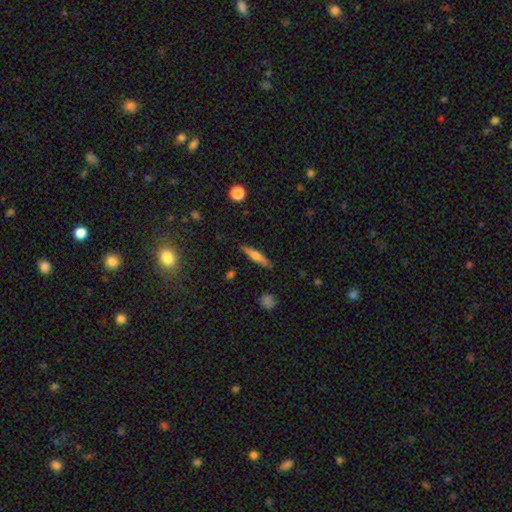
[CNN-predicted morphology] smooth_or_featured: smooth (p=0.56) [alt: featured or disk p=0.37]
how_rounded: cigar-shaped (p=0.86) [alt: in between p=0.12]
merging: none (p=0.88) [alt: minor disturbance p=0.09]